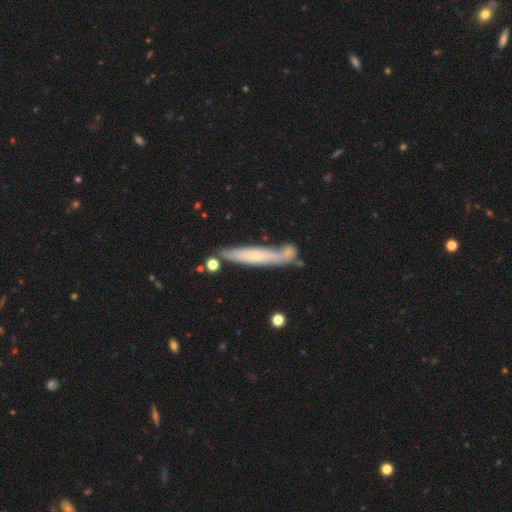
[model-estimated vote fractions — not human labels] This is possibly a smooth galaxy (47%). Merging: possibly none (58%).